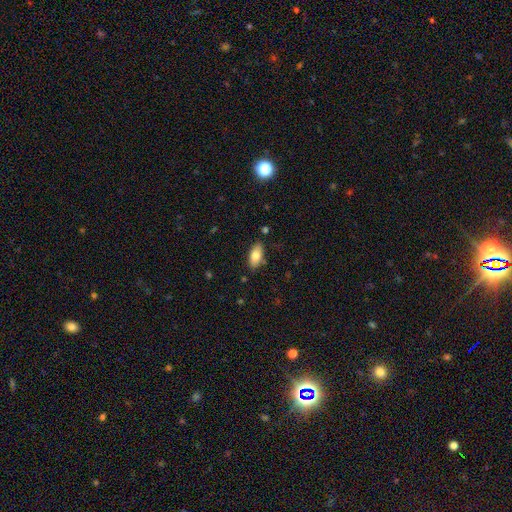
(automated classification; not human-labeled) A smooth galaxy with no disk features (77%) that is in between round and cigar-shaped (90%).

Vote fractions:
- Smooth or featured? smooth: 77% / featured or disk: 16% / star or artifact: 7%
- How rounded? in between: 90% / cigar-shaped: 7% / round: 3%
- Merging? none: 83% / minor disturbance: 13% / major disturbance: 2% / merger: 2%